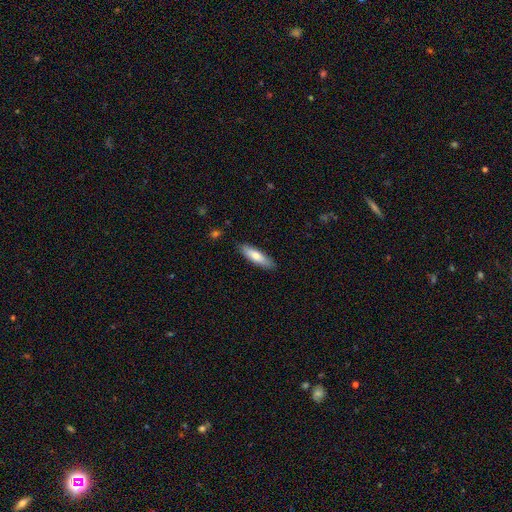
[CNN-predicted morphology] Q: Smooth or featured?
A: smooth (74%); runner-up: featured or disk (20%)
Q: How rounded?
A: cigar-shaped (59%); runner-up: in between (40%)
Q: Merging?
A: none (86%); runner-up: minor disturbance (11%)